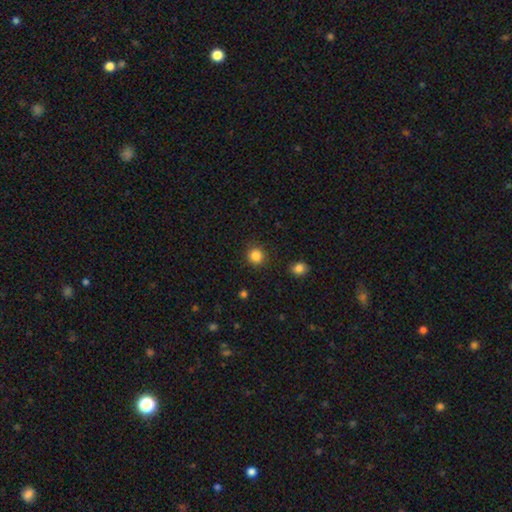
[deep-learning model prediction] Smooth or featured? smooth (85%)
How rounded? round (92%)
Merging? none (89%)